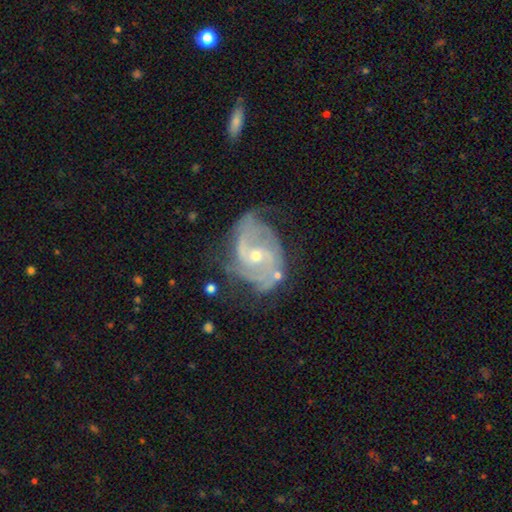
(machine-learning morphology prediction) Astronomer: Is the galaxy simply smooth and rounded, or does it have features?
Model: featured or disk — 88%.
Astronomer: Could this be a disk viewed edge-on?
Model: no — 97%.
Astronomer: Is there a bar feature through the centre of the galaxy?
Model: no — 51% (runner-up: weak, 39%).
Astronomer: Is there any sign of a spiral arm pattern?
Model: yes — 95%.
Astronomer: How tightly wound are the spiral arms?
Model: medium — 45% (runner-up: tight, 40%).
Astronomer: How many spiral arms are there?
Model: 2 — 55%.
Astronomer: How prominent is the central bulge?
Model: small — 54% (runner-up: moderate, 43%).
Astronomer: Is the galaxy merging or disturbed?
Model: none — 53%.